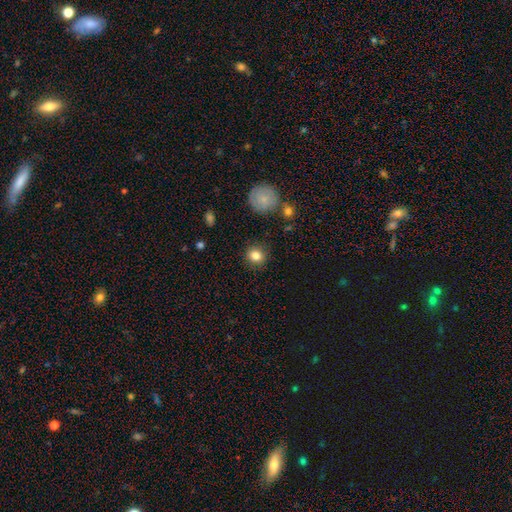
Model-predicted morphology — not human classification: This is clearly a smooth galaxy (83%). How rounded: clearly round (87%). Merging: clearly none (89%).